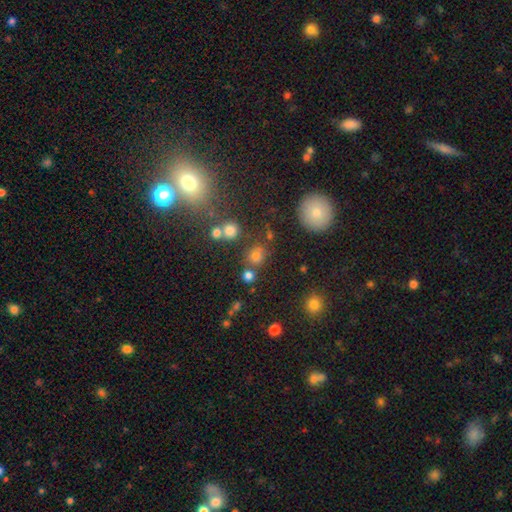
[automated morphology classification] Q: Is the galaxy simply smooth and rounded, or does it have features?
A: smooth — 69%.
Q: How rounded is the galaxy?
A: round — 79%.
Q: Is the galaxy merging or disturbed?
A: none — 75%.